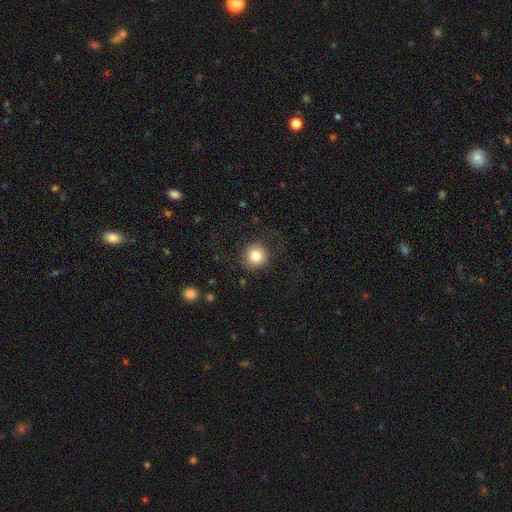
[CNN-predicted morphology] This is clearly a smooth galaxy (81%). How rounded: clearly round (93%). Merging: clearly none (84%).